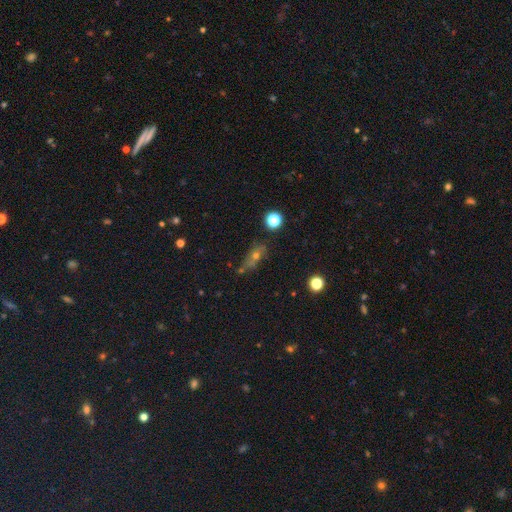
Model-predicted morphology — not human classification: Smooth or featured?
  - smooth: 51% *
  - featured or disk: 26%
  - star or artifact: 23%
How rounded?
  - in between: 56% *
  - round: 23%
  - cigar-shaped: 21%
Merging?
  - none: 59% *
  - minor disturbance: 20%
  - merger: 12%
  - major disturbance: 9%